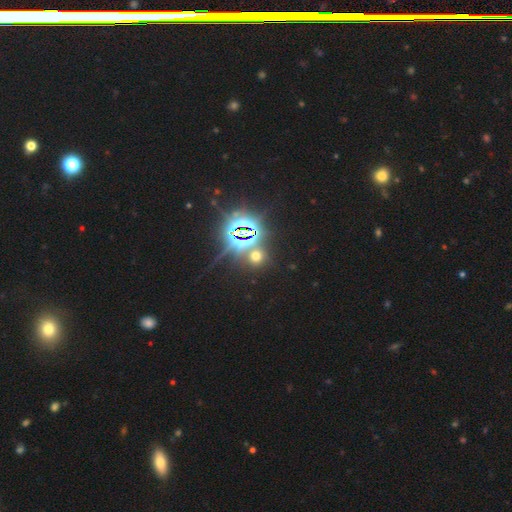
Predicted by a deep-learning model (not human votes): smooth-or-featured: star or artifact: 56% | smooth: 36% | featured or disk: 8%